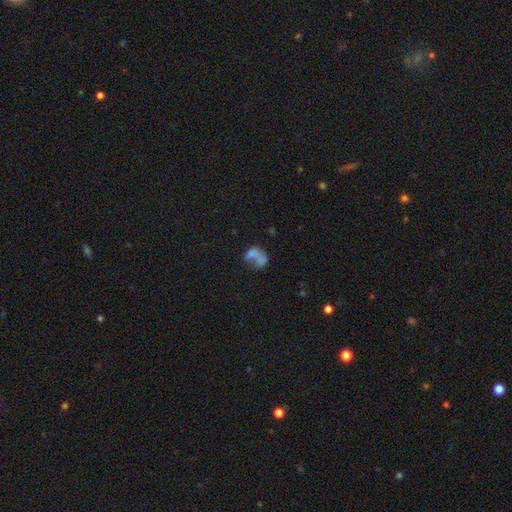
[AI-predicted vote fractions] Overall: smooth (57%; featured or disk 28%). How rounded: in between (68%; round 29%). Merging: merger (35%; major disturbance 29%).